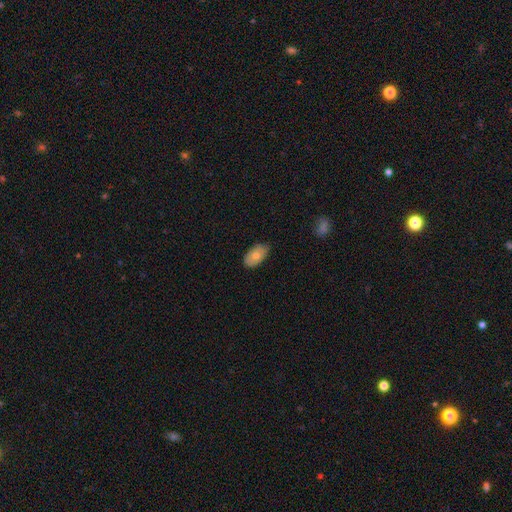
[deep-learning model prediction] smooth 74%, featured or disk 20%, star or artifact 7%. Down the decision tree: how rounded — in between (93%); merging — none (77%).